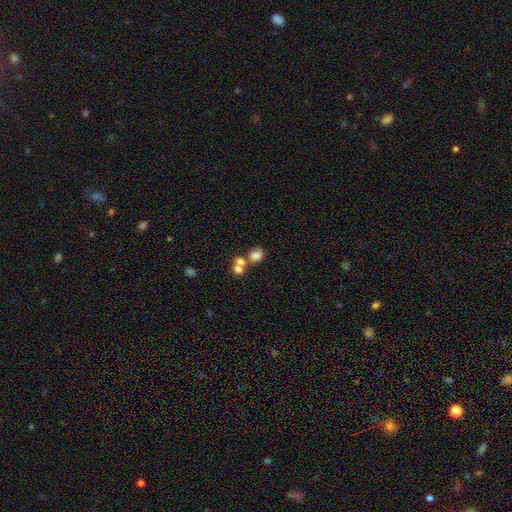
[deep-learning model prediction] This appears to be a smooth galaxy with no disk features (76%) that is round (59%). Merging: merger (49%).